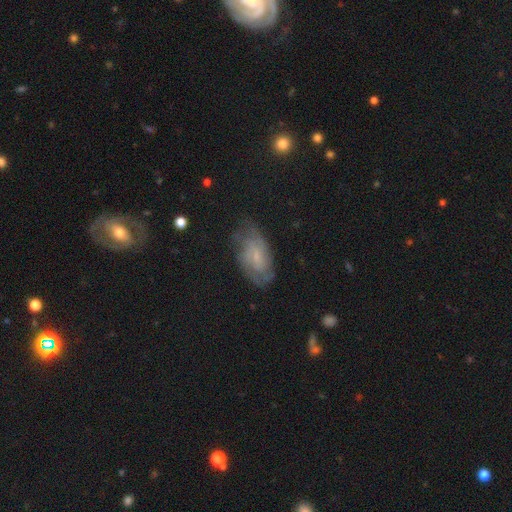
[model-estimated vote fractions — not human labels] Overall: featured or disk (64%; smooth 27%). Edge-on disk: no (95%). Bar: no (53%; weak 40%). Spiral arms: yes (86%). Spiral arm count: can't tell (41%; 2 36%). Spiral winding: tight (49%; medium 38%). Bulge size: small (65%). Merging: none (64%).